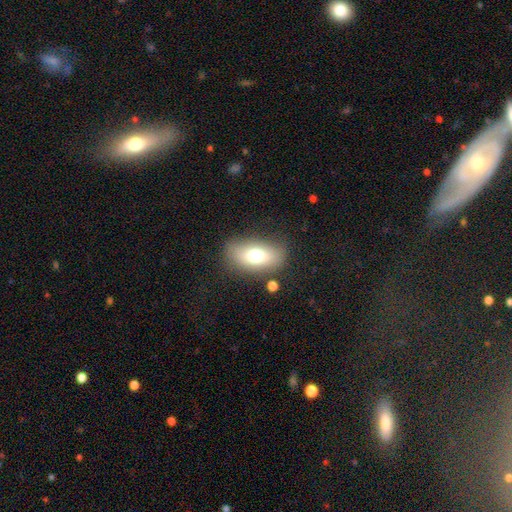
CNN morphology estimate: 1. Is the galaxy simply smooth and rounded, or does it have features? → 69% smooth, 21% featured or disk, 10% star or artifact.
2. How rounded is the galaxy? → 86% in between, 10% round, 3% cigar-shaped.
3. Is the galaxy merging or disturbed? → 78% none, 14% minor disturbance, 5% major disturbance, 3% merger.